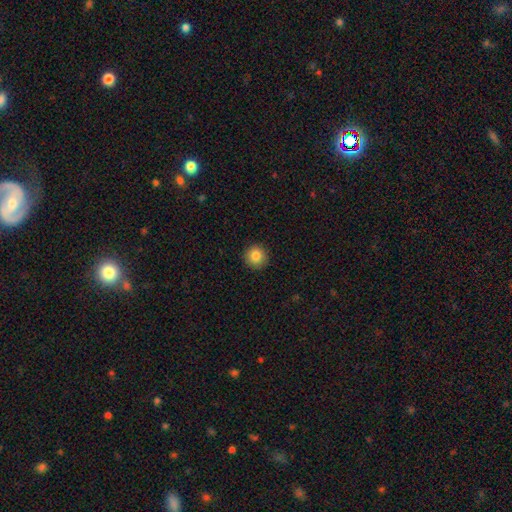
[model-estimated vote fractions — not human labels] Morphology: type=smooth (83%); roundness=round (95%); merging=none (93%).